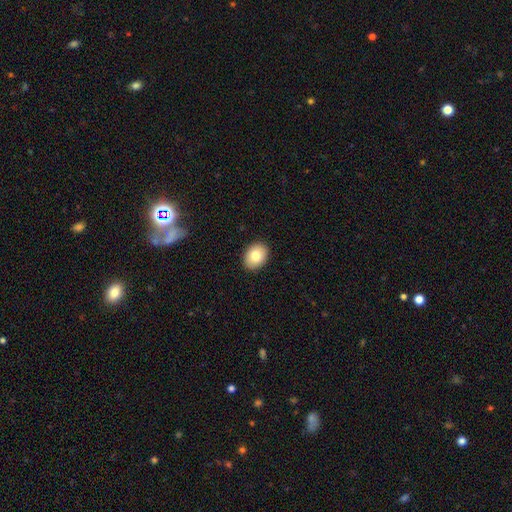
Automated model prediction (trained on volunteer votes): Smooth or featured: smooth — 81% (featured or disk — 11%)
How rounded: in between — 68% (round — 31%)
Merging: none — 91% (minor disturbance — 7%)